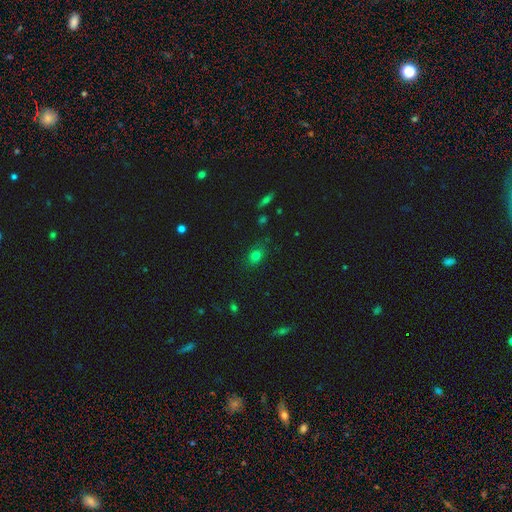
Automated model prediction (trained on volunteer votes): smooth_or_featured: smooth (p=0.74) [alt: star or artifact p=0.17]
how_rounded: in between (p=0.62) [alt: round p=0.36]
merging: none (p=0.78) [alt: minor disturbance p=0.16]